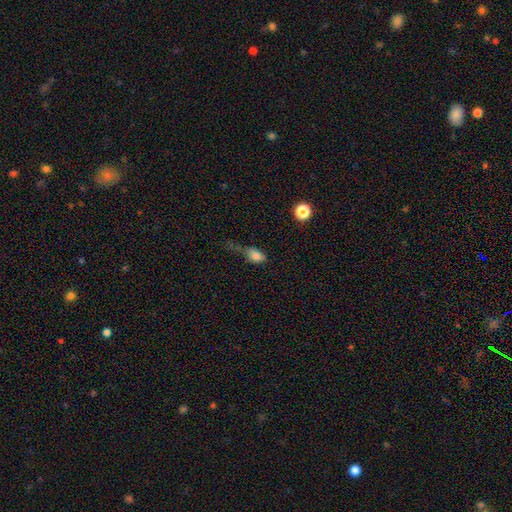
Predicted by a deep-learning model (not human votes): Overall: smooth (76%). How rounded: in between (77%). Merging: major disturbance (40%; minor disturbance 27%).